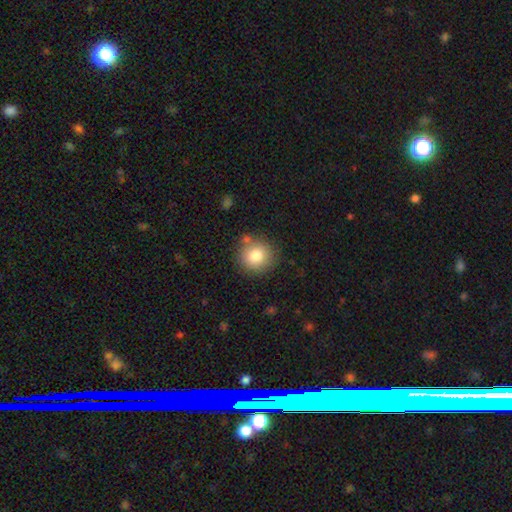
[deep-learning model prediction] The model was most divided on "merging": none: 80%, minor disturbance: 11%, merger: 6%, major disturbance: 3%. More confident: how rounded — round (90%); smooth or featured — smooth (81%).